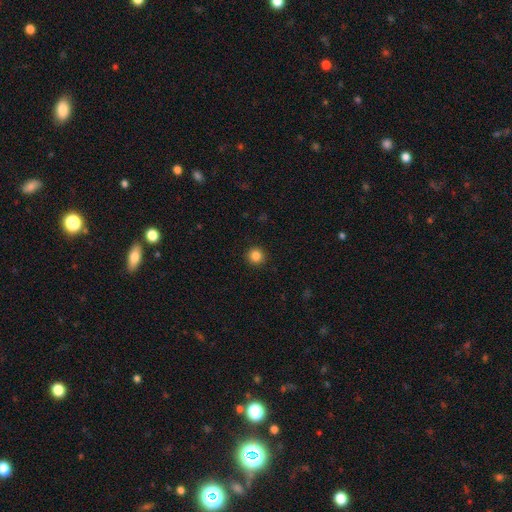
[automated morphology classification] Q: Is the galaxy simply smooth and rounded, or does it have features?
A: smooth — 85%.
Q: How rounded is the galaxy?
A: round — 95%.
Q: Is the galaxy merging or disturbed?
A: none — 93%.